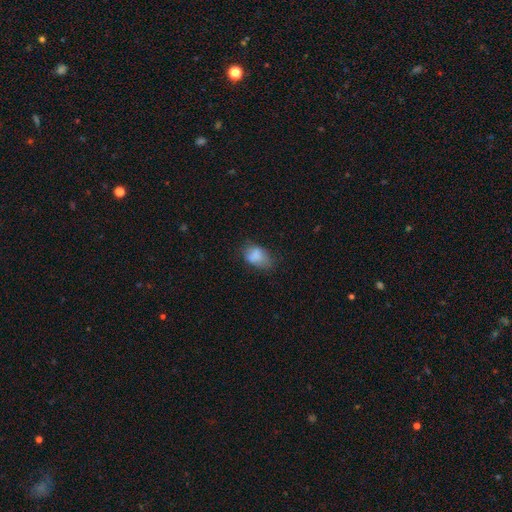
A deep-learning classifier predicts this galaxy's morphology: The model was most divided on "merging": none: 51%, minor disturbance: 33%, major disturbance: 13%, merger: 4%. More confident: how rounded — in between (83%); smooth or featured — smooth (78%).